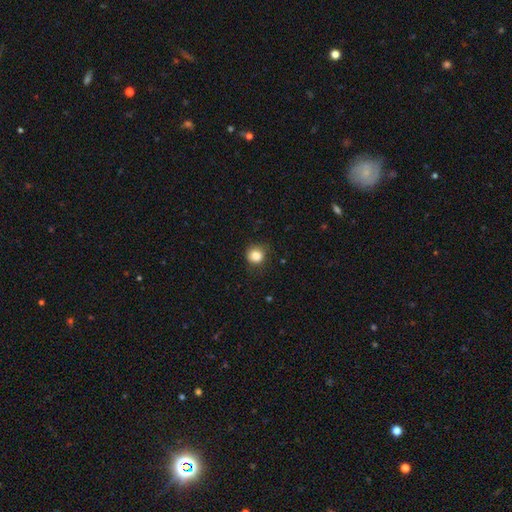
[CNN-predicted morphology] A smooth galaxy with no disk features (84%) that is round (86%). Merging: none (76%).